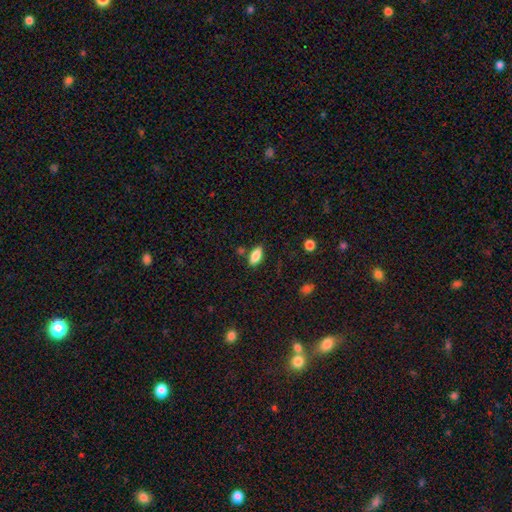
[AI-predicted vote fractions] Q: Smooth or featured?
A: smooth (85%); runner-up: star or artifact (8%)
Q: How rounded?
A: in between (88%); runner-up: cigar-shaped (10%)
Q: Merging?
A: none (79%); runner-up: minor disturbance (13%)